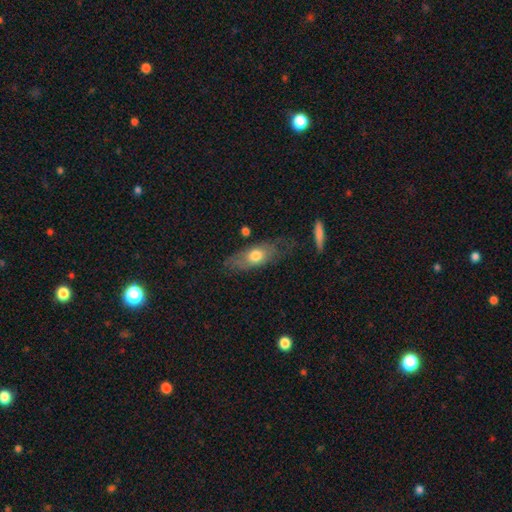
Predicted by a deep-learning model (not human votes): Q: Smooth or featured?
A: smooth (58%); runner-up: featured or disk (35%)
Q: How rounded?
A: in between (72%); runner-up: cigar-shaped (22%)
Q: Merging?
A: none (60%); runner-up: minor disturbance (25%)